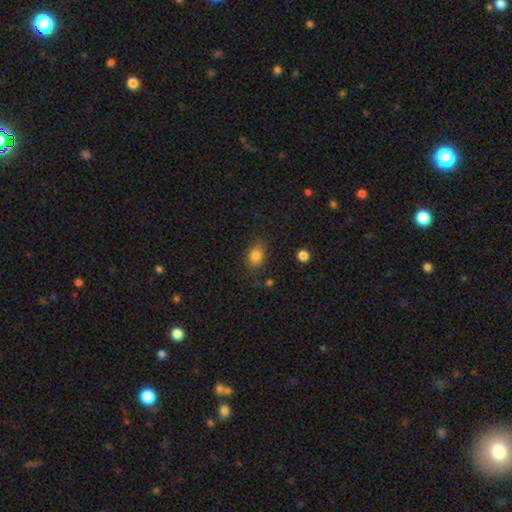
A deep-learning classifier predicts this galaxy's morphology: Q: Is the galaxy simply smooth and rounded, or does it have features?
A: smooth — 83%.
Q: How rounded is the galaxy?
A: in between — 75%.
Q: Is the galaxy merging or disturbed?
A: none — 78%.